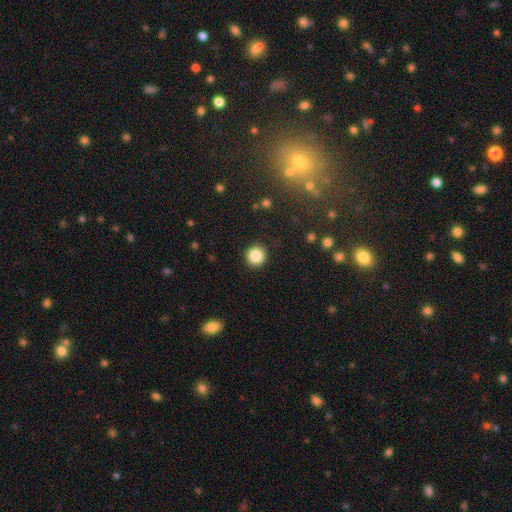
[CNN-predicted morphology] smooth_or_featured: smooth (p=0.86) [alt: star or artifact p=0.10]
how_rounded: round (p=0.95) [alt: in between p=0.04]
merging: none (p=0.92) [alt: minor disturbance p=0.05]